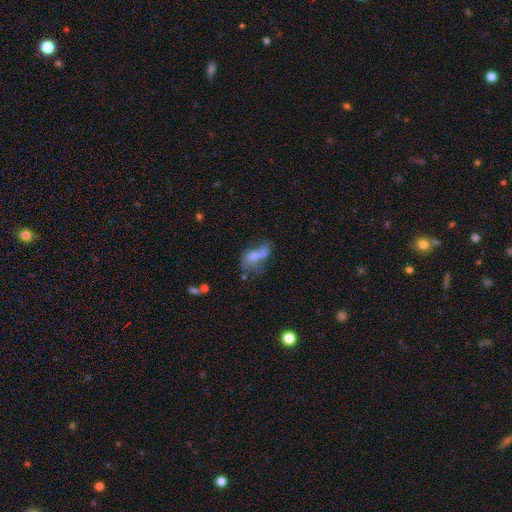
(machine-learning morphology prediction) This is possibly a smooth galaxy (59%). How rounded: clearly in between (82%). Merging: possibly merger (53%).